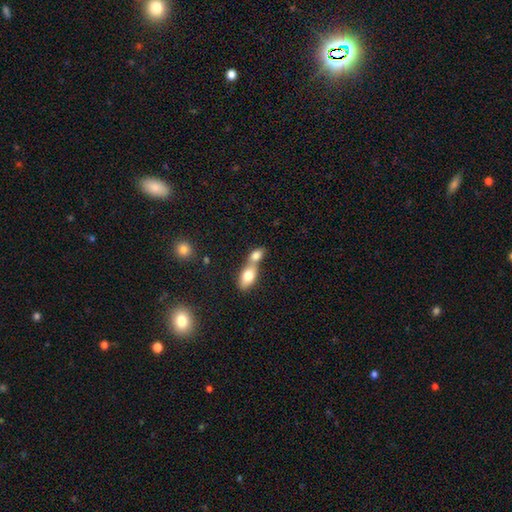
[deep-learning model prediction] smooth-or-featured: smooth: 78% | featured or disk: 14% | star or artifact: 8%
  how-rounded: in between: 77% | round: 16% | cigar-shaped: 6%
  merging: merger: 73% | none: 18% | minor disturbance: 5% | major disturbance: 3%